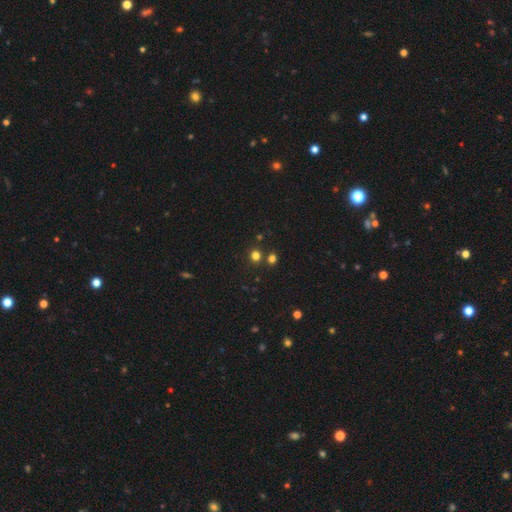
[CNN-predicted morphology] Overall: smooth (74%). How rounded: round (85%). Merging: none (78%).